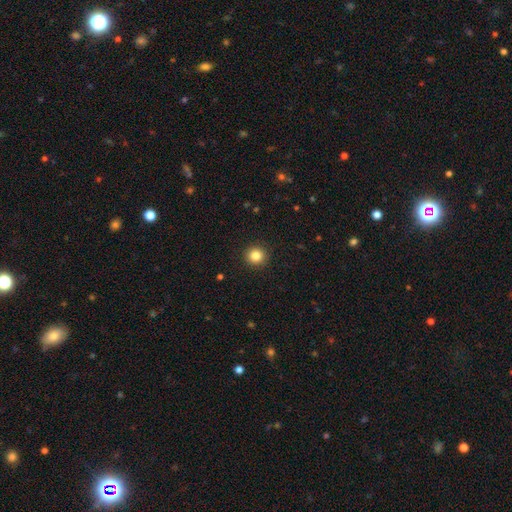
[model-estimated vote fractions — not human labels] The model was most divided on "smooth or featured": smooth: 84%, star or artifact: 11%, featured or disk: 5%. More confident: how rounded — round (94%); merging — none (93%).